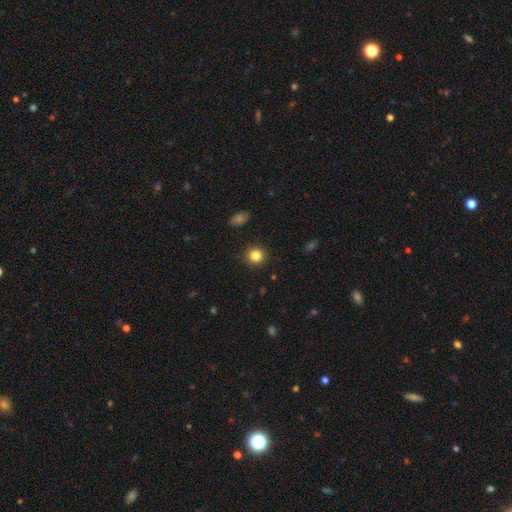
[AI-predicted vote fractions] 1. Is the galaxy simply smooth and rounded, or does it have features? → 84% smooth, 11% star or artifact, 5% featured or disk.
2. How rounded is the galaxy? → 89% round, 10% in between, 1% cigar-shaped.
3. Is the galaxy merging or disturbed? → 91% none, 6% minor disturbance, 2% major disturbance, 1% merger.